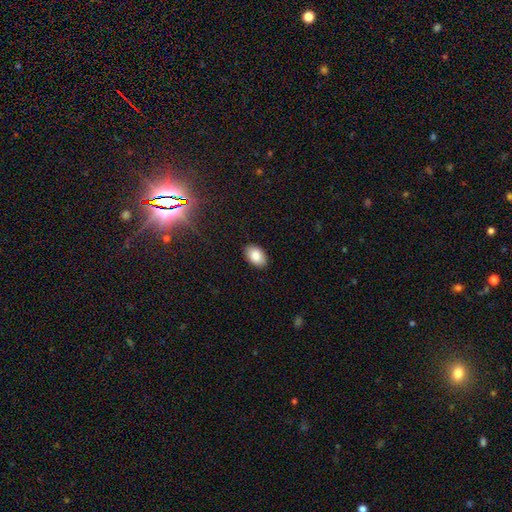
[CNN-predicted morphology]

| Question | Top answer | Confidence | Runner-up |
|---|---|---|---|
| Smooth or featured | smooth | 86% | star or artifact (7%) |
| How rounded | in between | 91% | round (8%) |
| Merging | none | 89% | minor disturbance (8%) |